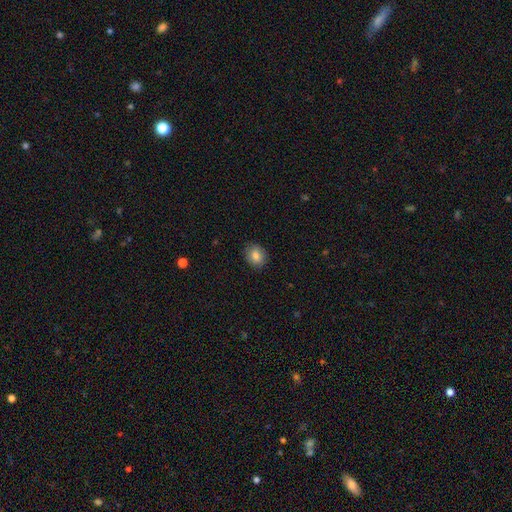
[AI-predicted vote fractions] Overall: smooth (83%). How rounded: round (58%; in between 41%). Merging: none (88%).